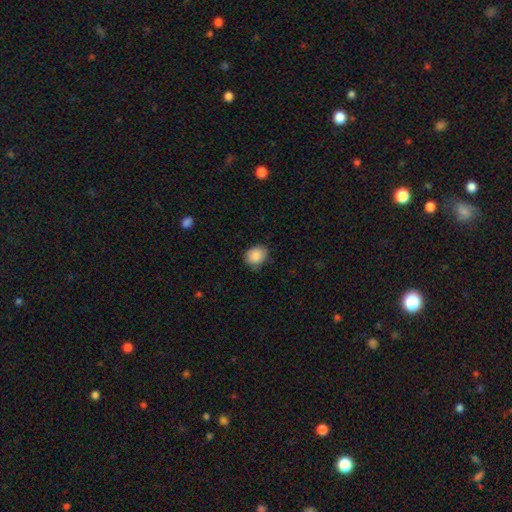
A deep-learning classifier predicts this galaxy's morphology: Smooth or featured: smooth — 87% (star or artifact — 8%)
How rounded: round — 53% (in between — 46%)
Merging: none — 76% (minor disturbance — 20%)